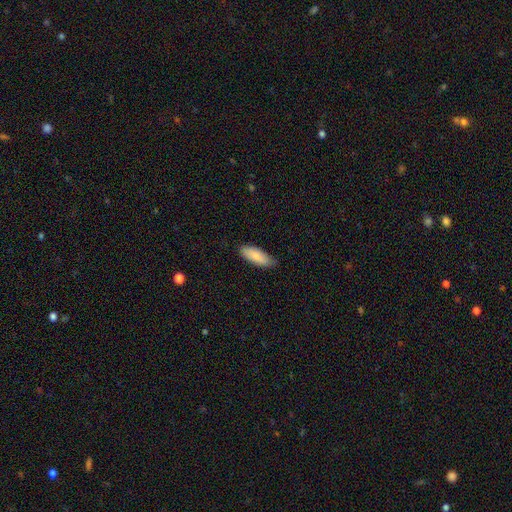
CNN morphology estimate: Q: Smooth or featured?
A: smooth (84%); runner-up: featured or disk (10%)
Q: How rounded?
A: in between (70%); runner-up: cigar-shaped (28%)
Q: Merging?
A: none (80%); runner-up: minor disturbance (16%)